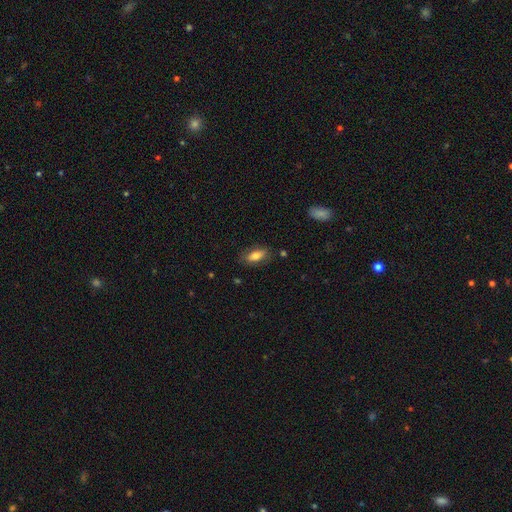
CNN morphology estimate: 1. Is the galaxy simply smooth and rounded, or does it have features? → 76% smooth, 17% featured or disk, 7% star or artifact.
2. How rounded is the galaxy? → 86% in between, 11% cigar-shaped, 3% round.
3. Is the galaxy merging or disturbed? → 81% none, 14% minor disturbance, 4% major disturbance, 2% merger.